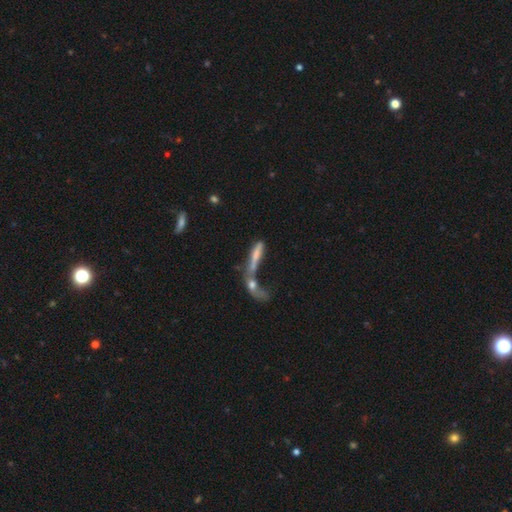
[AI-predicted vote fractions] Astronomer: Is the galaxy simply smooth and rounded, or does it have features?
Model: smooth — 55% (runner-up: featured or disk, 35%).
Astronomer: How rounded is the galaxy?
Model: cigar-shaped — 75%.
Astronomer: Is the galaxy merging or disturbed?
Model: merger — 61%.